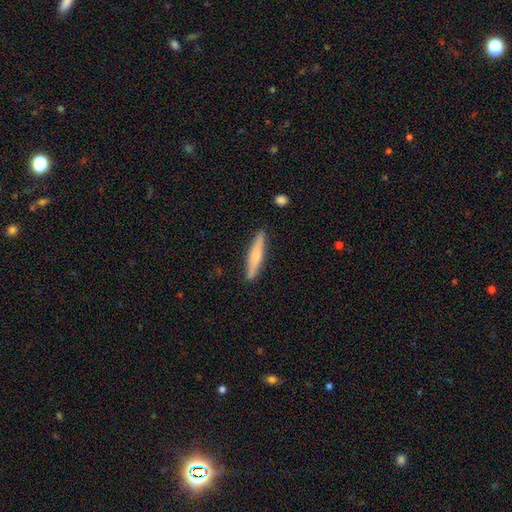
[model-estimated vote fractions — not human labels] Overall: smooth (60%; featured or disk 35%). How rounded: cigar-shaped (90%). Merging: none (89%).